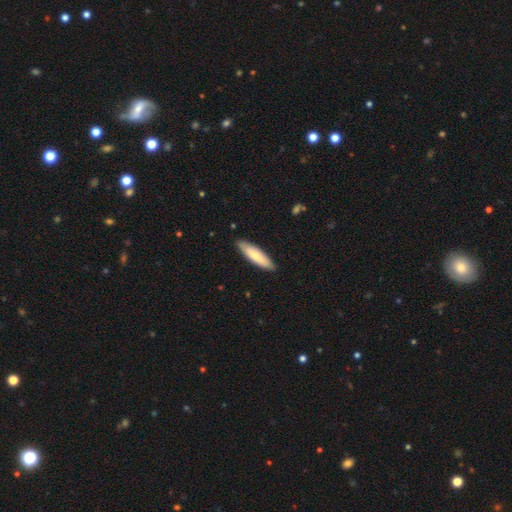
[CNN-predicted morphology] Q: Smooth or featured?
A: smooth (77%); runner-up: featured or disk (18%)
Q: How rounded?
A: cigar-shaped (69%); runner-up: in between (30%)
Q: Merging?
A: none (89%); runner-up: minor disturbance (9%)